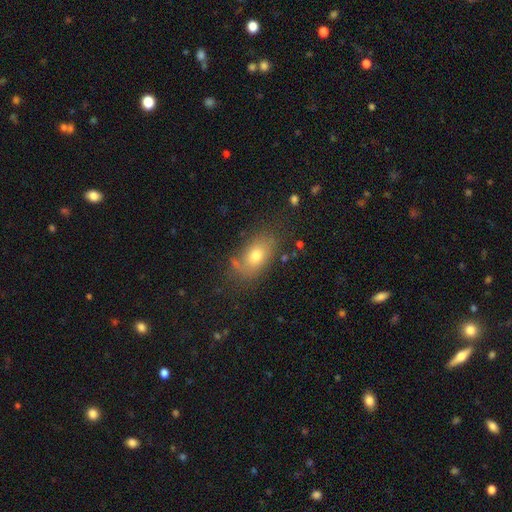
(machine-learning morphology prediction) This is likely a smooth galaxy (70%). How rounded: clearly in between (87%). Merging: likely none (68%).